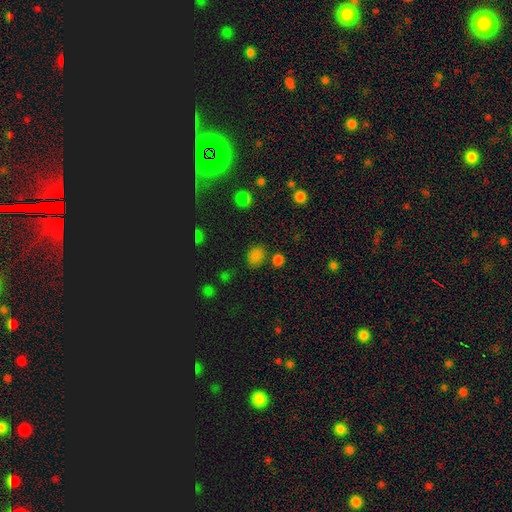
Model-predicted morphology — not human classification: A smooth galaxy with no disk features (75%) that is round (50%). Merging: none (73%).